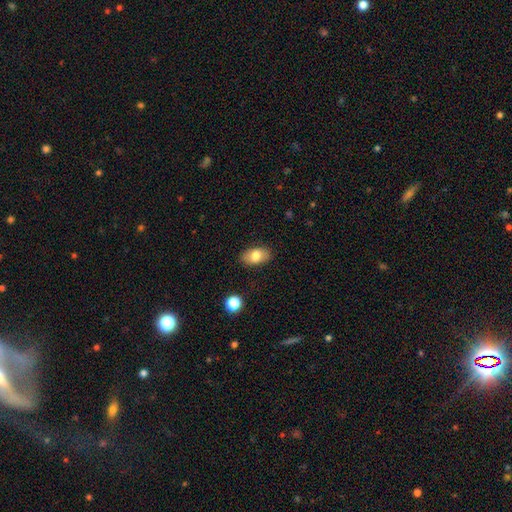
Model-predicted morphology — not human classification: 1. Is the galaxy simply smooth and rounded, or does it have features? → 77% smooth, 15% featured or disk, 8% star or artifact.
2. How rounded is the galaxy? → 90% in between, 9% round, 2% cigar-shaped.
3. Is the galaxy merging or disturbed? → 85% none, 11% minor disturbance, 3% major disturbance, 1% merger.